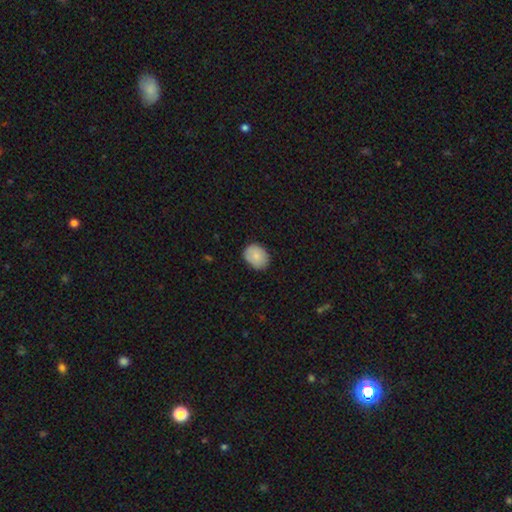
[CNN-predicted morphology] smooth_or_featured: smooth (p=0.85) [alt: featured or disk p=0.08]
how_rounded: in between (p=0.57) [alt: round p=0.42]
merging: none (p=0.79) [alt: minor disturbance p=0.17]